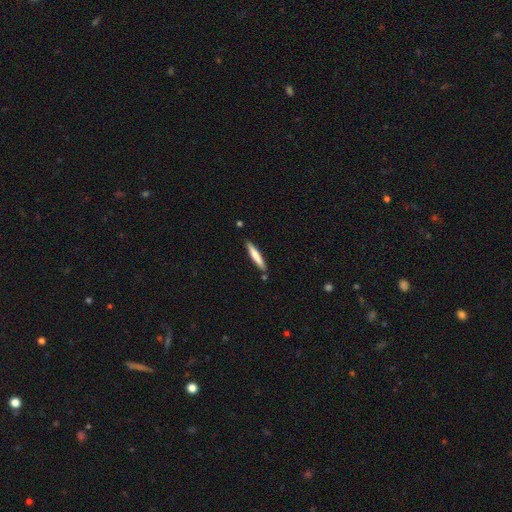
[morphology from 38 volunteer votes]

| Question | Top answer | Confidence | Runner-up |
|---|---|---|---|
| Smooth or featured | smooth | 74% | featured or disk (24%) |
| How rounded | cigar-shaped | 96% | in between (4%) |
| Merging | none | 84% | minor disturbance (8%) |